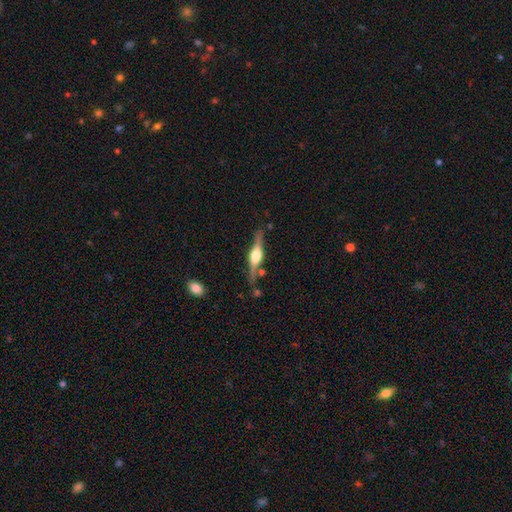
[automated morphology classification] Smooth or featured? featured or disk (80%)
Edge-on disk? yes (97%)
Edge-on bulge? rounded (91%)
Merging? none (80%)